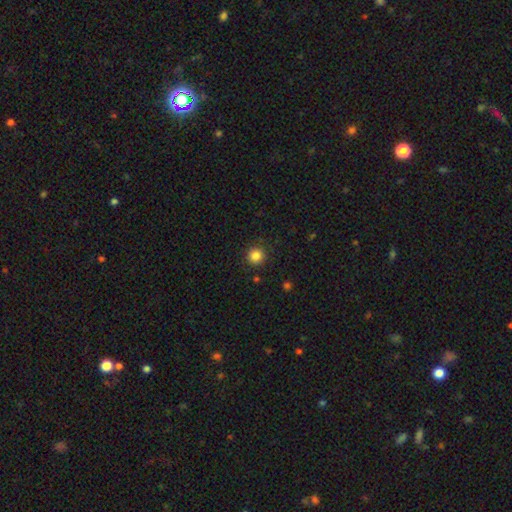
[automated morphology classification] Smooth or featured? Predicted: smooth (p=0.84). How rounded? Predicted: round (p=0.94). Merging? Predicted: none (p=0.90).